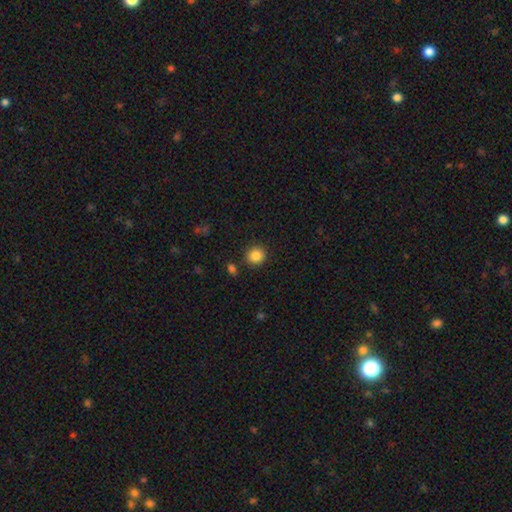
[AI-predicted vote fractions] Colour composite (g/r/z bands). It shows a smooth galaxy with no disk features (87%) that is round (90%). Merging: none (88%).